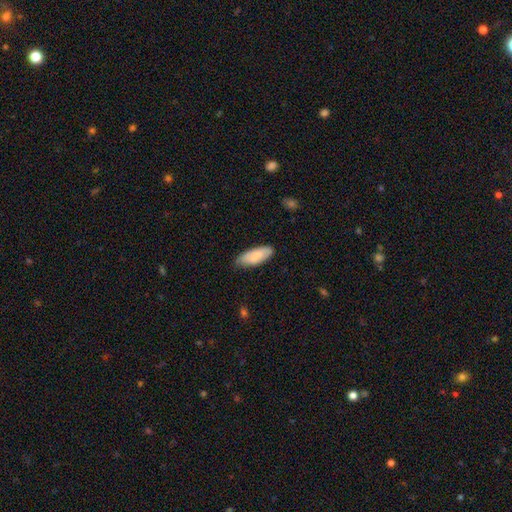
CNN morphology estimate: Overall: smooth (83%). How rounded: in between (77%). Merging: none (75%).